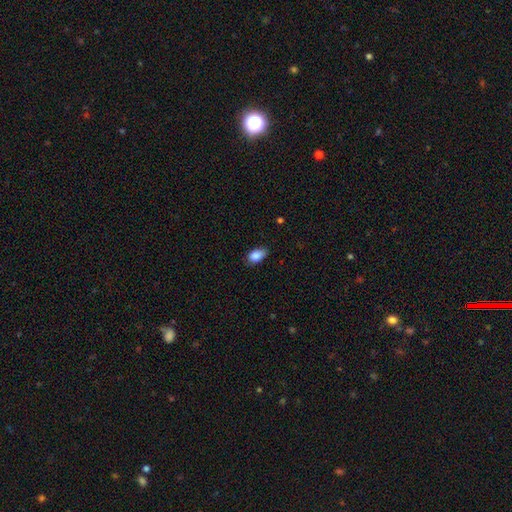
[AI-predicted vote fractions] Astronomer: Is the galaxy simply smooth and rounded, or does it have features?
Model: smooth — 85%.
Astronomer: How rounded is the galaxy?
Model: in between — 89%.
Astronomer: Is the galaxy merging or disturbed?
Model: none — 68%.